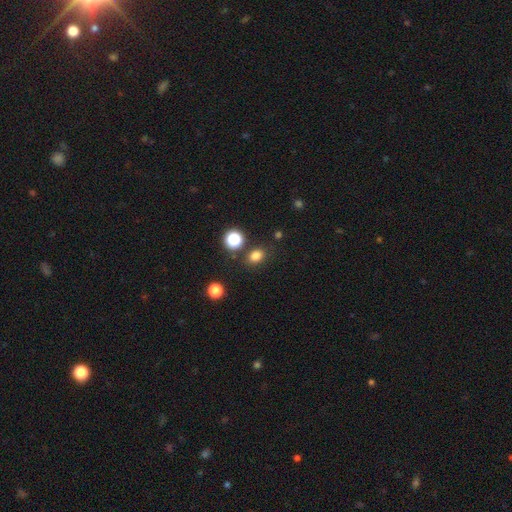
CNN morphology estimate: This appears to be a smooth galaxy with no disk features (80%) that is in between round and cigar-shaped (55%). Merging: none (80%).